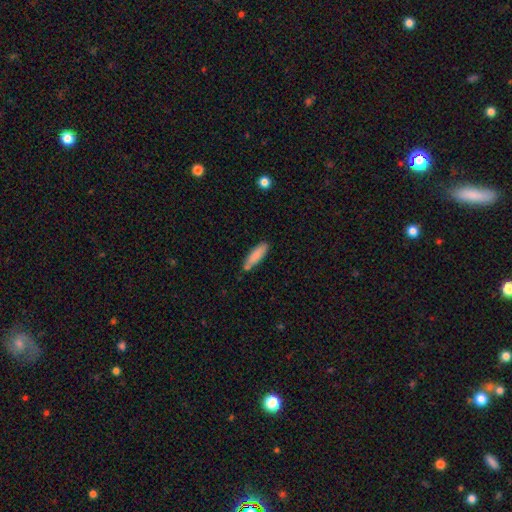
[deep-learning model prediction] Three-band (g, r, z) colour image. It shows a smooth galaxy with no disk features (85%) that is cigar-shaped (65%). Merging: none (71%).